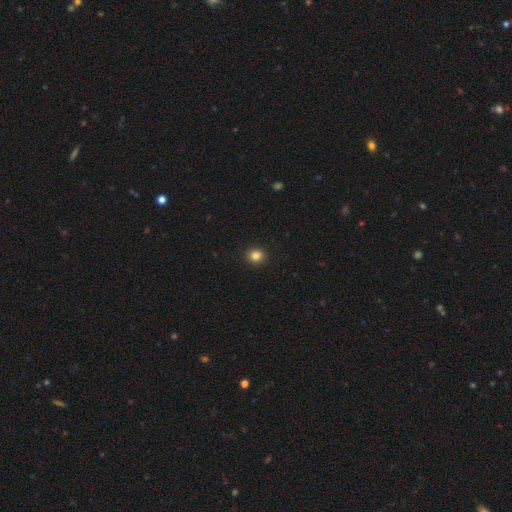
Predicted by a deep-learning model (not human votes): Morphology: type=smooth (84%); roundness=round (88%); merging=none (93%).